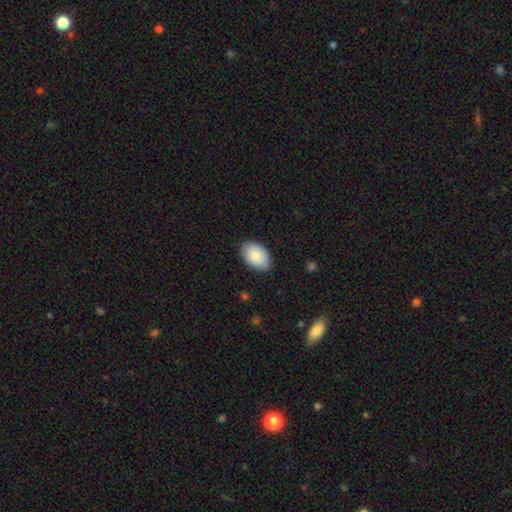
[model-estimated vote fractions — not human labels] smooth 80%, featured or disk 14%, star or artifact 6%. Down the decision tree: how rounded — in between (90%); merging — none (82%).